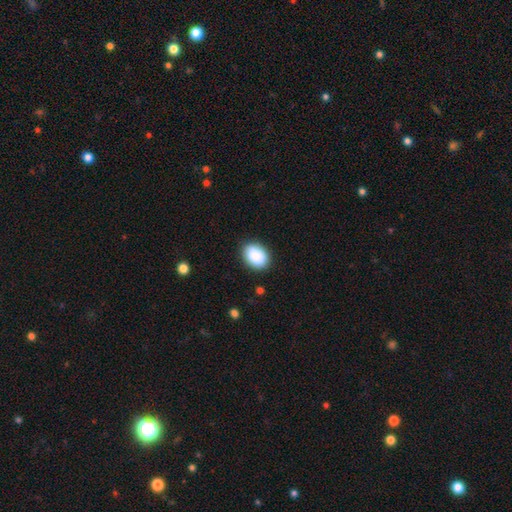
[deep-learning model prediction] The model was most divided on "how rounded": in between: 77%, round: 22%, cigar-shaped: 1%. More confident: smooth or featured — smooth (90%); merging — none (86%).